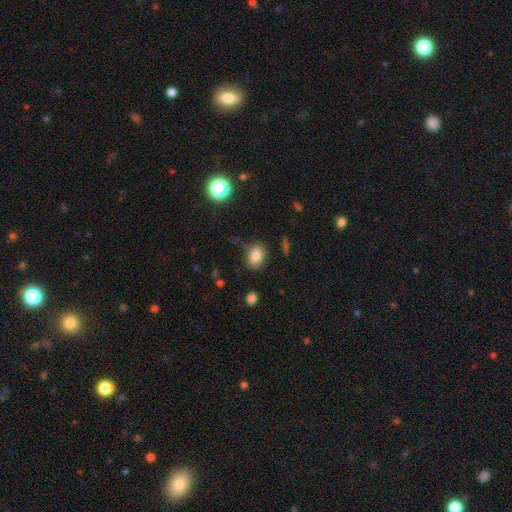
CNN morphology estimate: The model was most divided on "how rounded": in between: 67%, round: 32%, cigar-shaped: 1%. More confident: smooth or featured — smooth (81%); merging — none (78%).